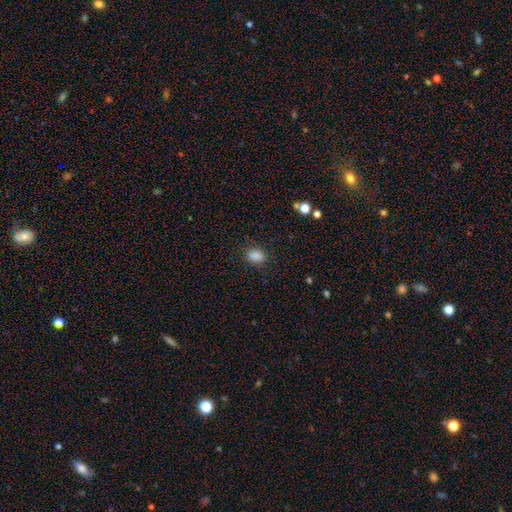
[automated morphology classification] This is clearly a smooth galaxy (86%). How rounded: likely in between (67%). Merging: clearly none (83%).